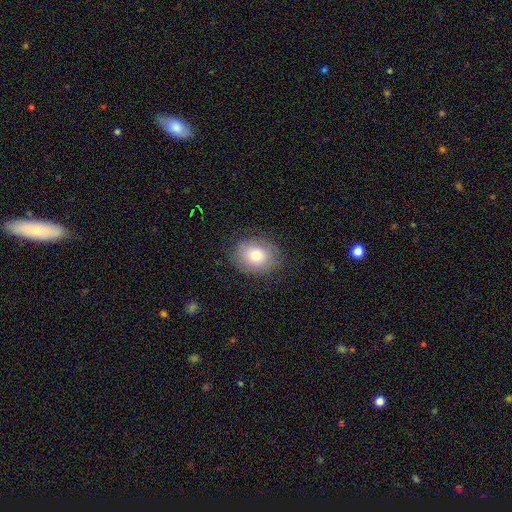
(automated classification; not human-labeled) Smooth or featured: smooth — 75% (featured or disk — 15%)
How rounded: in between — 51% (round — 48%)
Merging: none — 81% (minor disturbance — 13%)